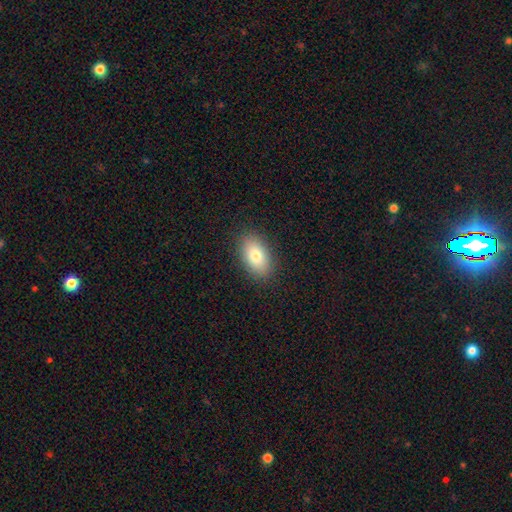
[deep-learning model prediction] This appears to be a smooth galaxy with no disk features (80%) that is in between round and cigar-shaped (91%). Merging: none (88%).